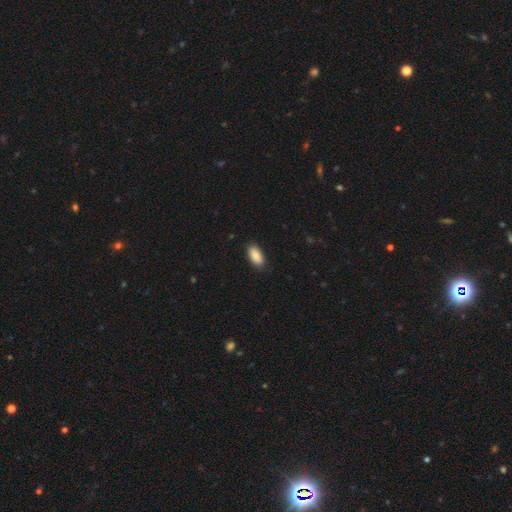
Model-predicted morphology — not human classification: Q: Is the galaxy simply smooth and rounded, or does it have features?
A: smooth — 89%.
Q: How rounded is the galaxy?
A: in between — 93%.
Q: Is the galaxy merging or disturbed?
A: none — 86%.